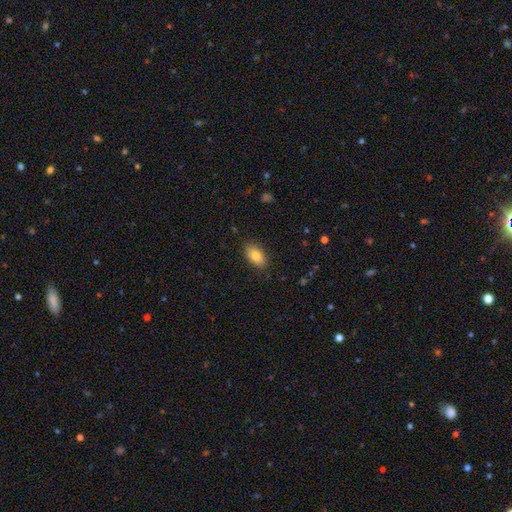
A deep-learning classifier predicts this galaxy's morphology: Smooth or featured? smooth (81%)
How rounded? in between (91%)
Merging? none (86%)